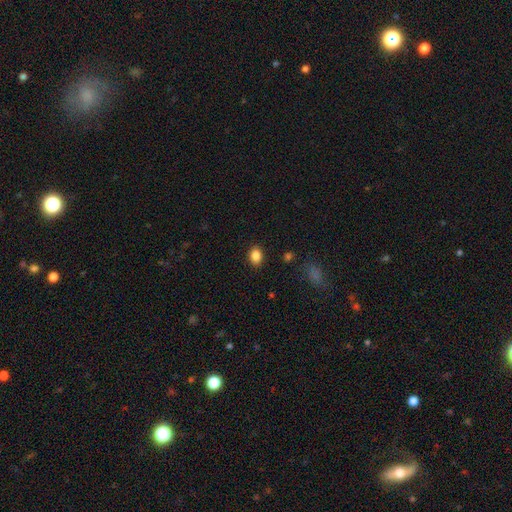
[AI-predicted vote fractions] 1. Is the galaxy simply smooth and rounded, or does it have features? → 86% smooth, 10% star or artifact, 4% featured or disk.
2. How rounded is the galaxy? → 66% in between, 33% round, 1% cigar-shaped.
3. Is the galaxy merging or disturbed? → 88% none, 8% minor disturbance, 2% major disturbance, 1% merger.